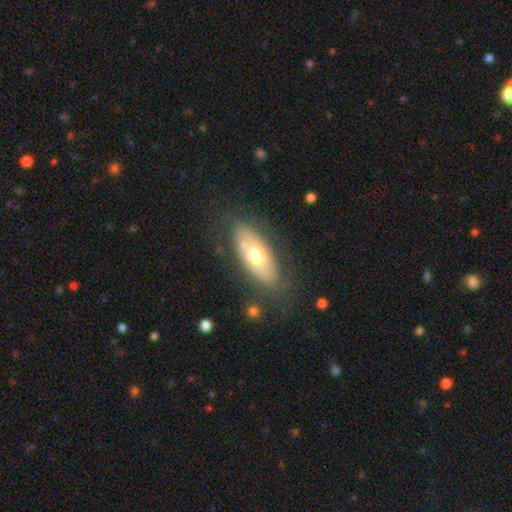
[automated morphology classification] smooth_or_featured: smooth (p=0.55) [alt: featured or disk p=0.39]
how_rounded: in between (p=0.81) [alt: cigar-shaped p=0.16]
merging: none (p=0.77) [alt: minor disturbance p=0.15]